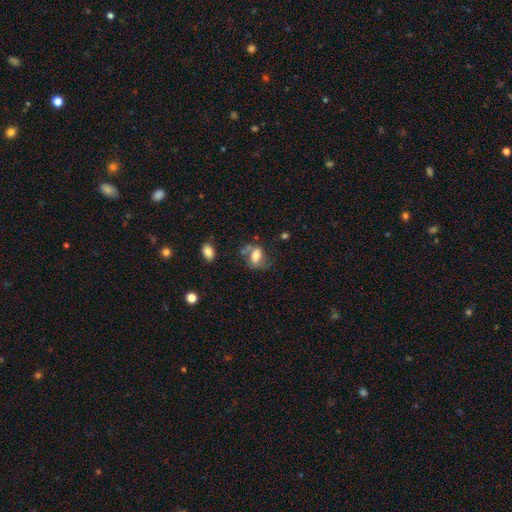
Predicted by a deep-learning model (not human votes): smooth 61%, featured or disk 29%, star or artifact 10%. Down the decision tree: how rounded — in between (80%); merging — none (42%).